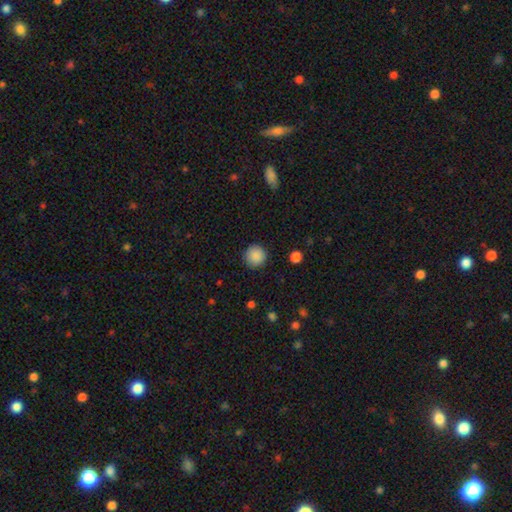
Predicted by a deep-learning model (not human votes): Morphology: type=smooth (88%); roundness=round (95%); merging=none (90%).